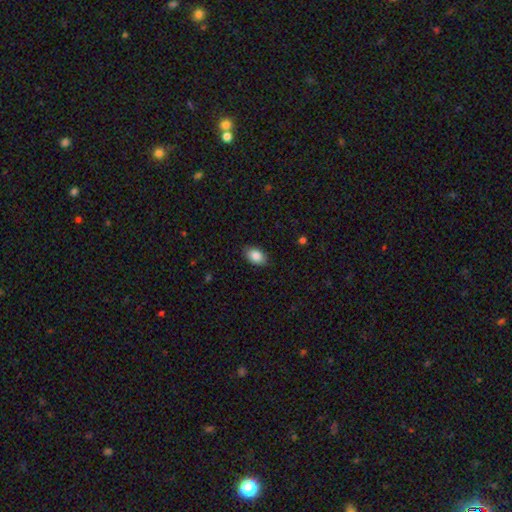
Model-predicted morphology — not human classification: This is clearly a smooth galaxy (87%). How rounded: clearly in between (90%). Merging: clearly none (86%).